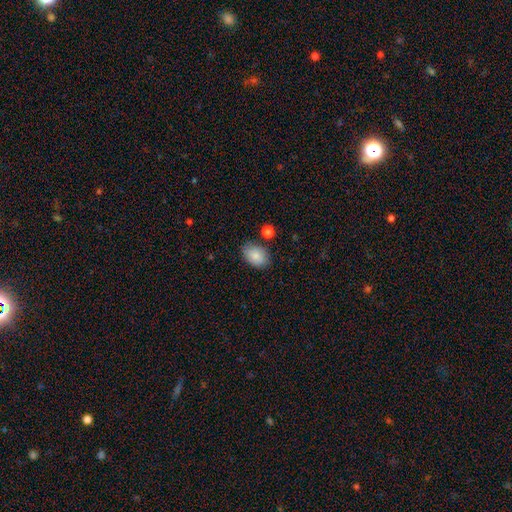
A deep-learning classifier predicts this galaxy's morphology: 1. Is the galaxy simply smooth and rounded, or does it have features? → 85% smooth, 8% featured or disk, 7% star or artifact.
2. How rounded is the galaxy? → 80% in between, 19% round, 1% cigar-shaped.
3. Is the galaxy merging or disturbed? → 77% none, 16% minor disturbance, 4% merger, 3% major disturbance.